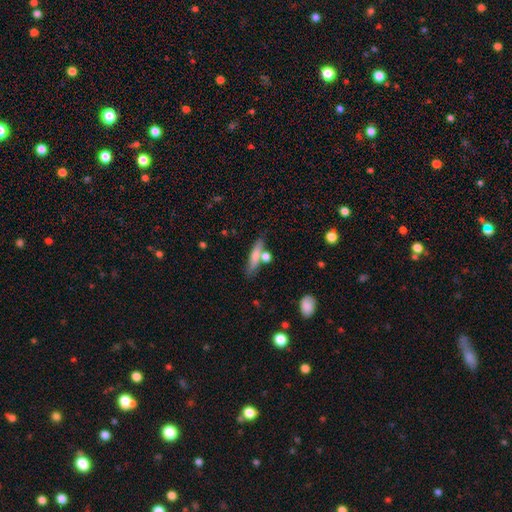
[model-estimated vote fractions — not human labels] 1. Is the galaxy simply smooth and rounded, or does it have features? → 67% smooth, 26% featured or disk, 7% star or artifact.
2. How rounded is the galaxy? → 78% cigar-shaped, 18% in between, 4% round.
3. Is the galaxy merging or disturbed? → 67% none, 17% merger, 12% minor disturbance, 4% major disturbance.